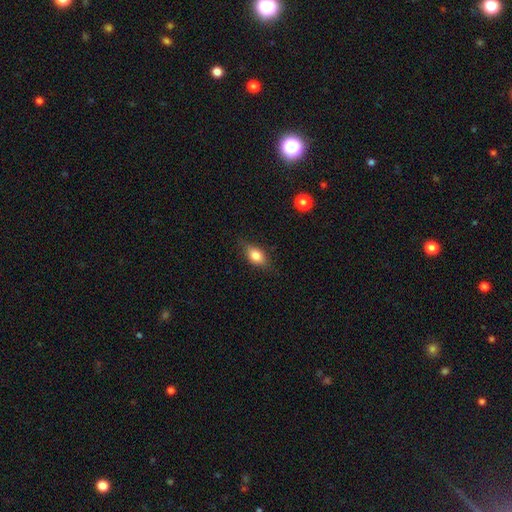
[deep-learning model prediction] Morphology: type=smooth (78%); roundness=in between (81%); merging=none (77%).